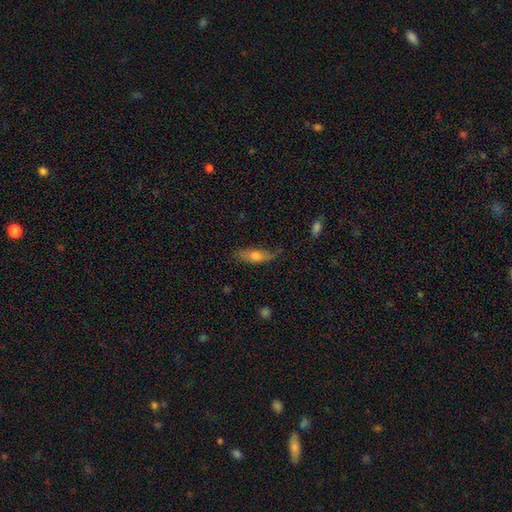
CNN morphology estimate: Q: Smooth or featured?
A: smooth (63%); runner-up: featured or disk (30%)
Q: How rounded?
A: in between (54%); runner-up: cigar-shaped (43%)
Q: Merging?
A: none (66%); runner-up: minor disturbance (25%)